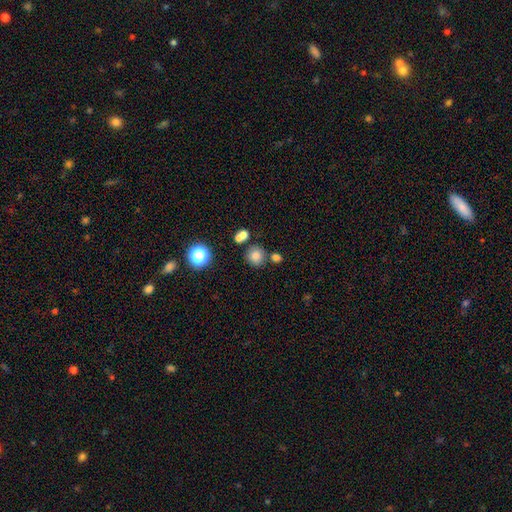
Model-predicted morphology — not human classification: A smooth galaxy with no disk features (79%) that is round (88%).

Vote fractions:
- Smooth or featured? smooth: 79% / star or artifact: 15% / featured or disk: 6%
- How rounded? round: 88% / in between: 11% / cigar-shaped: 1%
- Merging? none: 73% / merger: 14% / minor disturbance: 9% / major disturbance: 3%